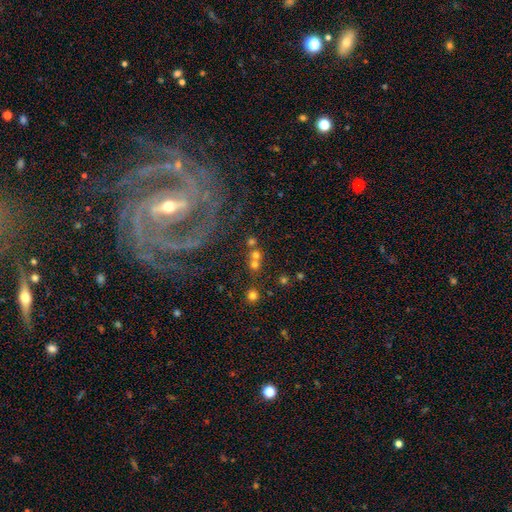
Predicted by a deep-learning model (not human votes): A smooth galaxy with no disk features (61%) that is round (86%).

Vote fractions:
- Smooth or featured? smooth: 61% / star or artifact: 23% / featured or disk: 15%
- How rounded? round: 86% / in between: 12% / cigar-shaped: 1%
- Merging? none: 51% / merger: 38% / minor disturbance: 7% / major disturbance: 4%